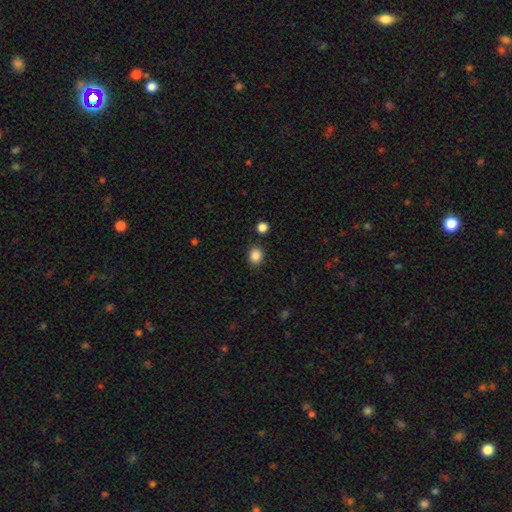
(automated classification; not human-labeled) Q: Smooth or featured?
A: smooth (86%); runner-up: star or artifact (10%)
Q: How rounded?
A: round (66%); runner-up: in between (33%)
Q: Merging?
A: none (86%); runner-up: minor disturbance (8%)